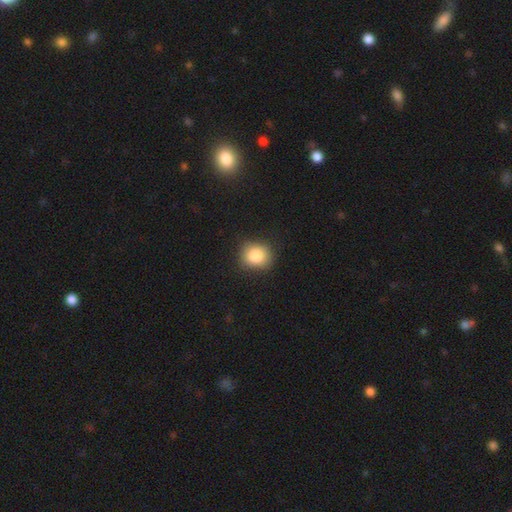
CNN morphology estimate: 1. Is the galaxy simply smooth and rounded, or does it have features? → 84% smooth, 9% star or artifact, 6% featured or disk.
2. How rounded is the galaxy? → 76% round, 23% in between, 1% cigar-shaped.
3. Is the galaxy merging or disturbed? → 86% none, 10% minor disturbance, 3% major disturbance, 1% merger.